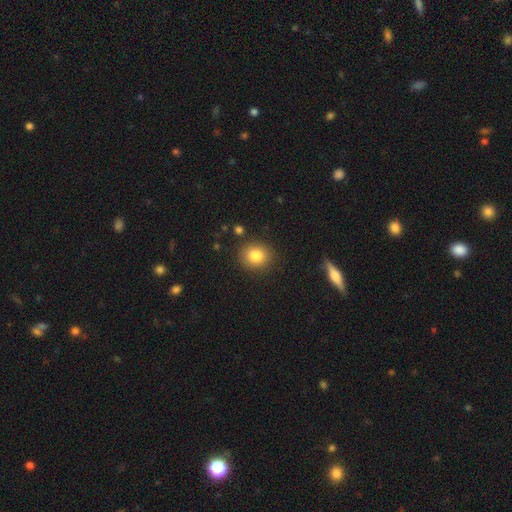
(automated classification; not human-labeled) This is clearly a smooth galaxy (83%). How rounded: likely round (74%). Merging: clearly none (87%).